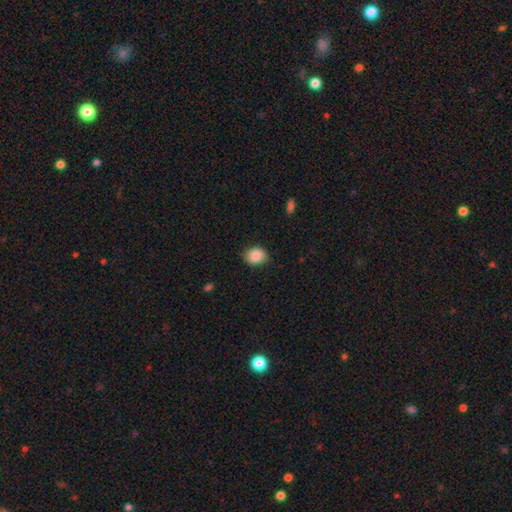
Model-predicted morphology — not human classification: Q: Smooth or featured?
A: smooth (86%); runner-up: star or artifact (8%)
Q: How rounded?
A: round (52%); runner-up: in between (47%)
Q: Merging?
A: none (77%); runner-up: minor disturbance (18%)